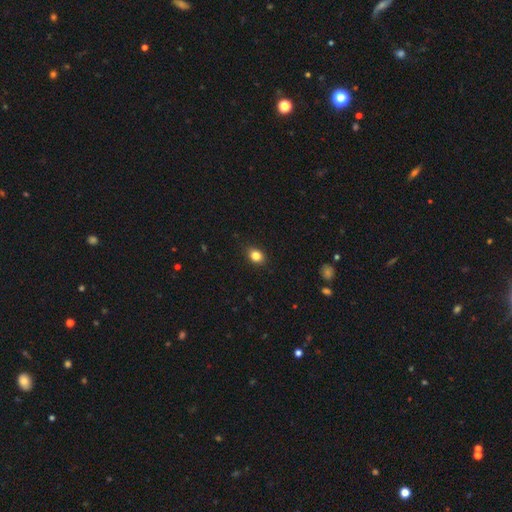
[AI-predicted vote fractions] A smooth galaxy with no disk features (83%) that is in between round and cigar-shaped (57%). Merging: none (87%).